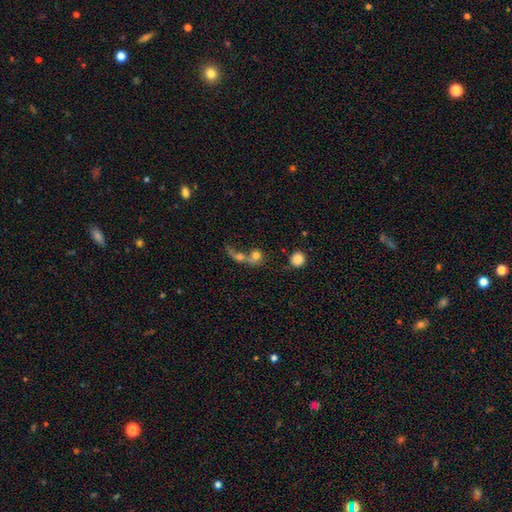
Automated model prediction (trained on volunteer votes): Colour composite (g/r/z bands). It shows a smooth galaxy with no disk features (67%) that is round (79%). Merging: merger (64%).